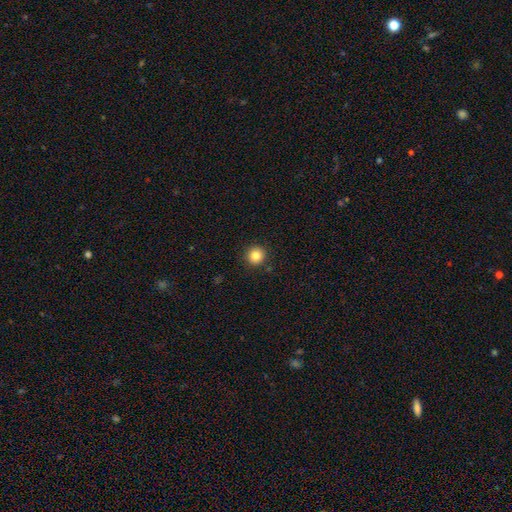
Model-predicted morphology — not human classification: This appears to be a smooth galaxy with no disk features (83%) that is round (93%). Merging: none (92%).